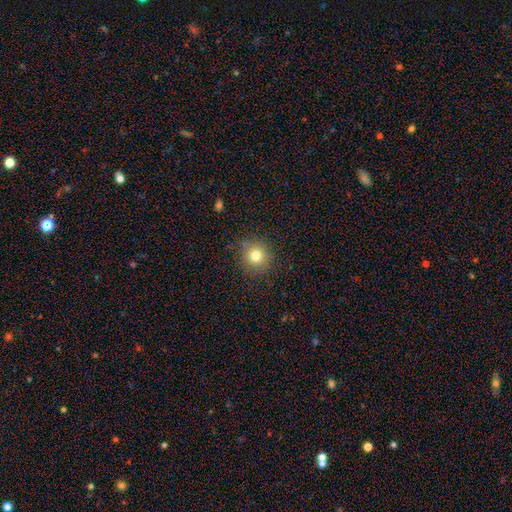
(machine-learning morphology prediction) Smooth or featured?
  - smooth: 79% *
  - star or artifact: 13%
  - featured or disk: 8%
How rounded?
  - round: 93% *
  - in between: 6%
  - cigar-shaped: 1%
Merging?
  - none: 85% *
  - minor disturbance: 9%
  - major disturbance: 3%
  - merger: 2%